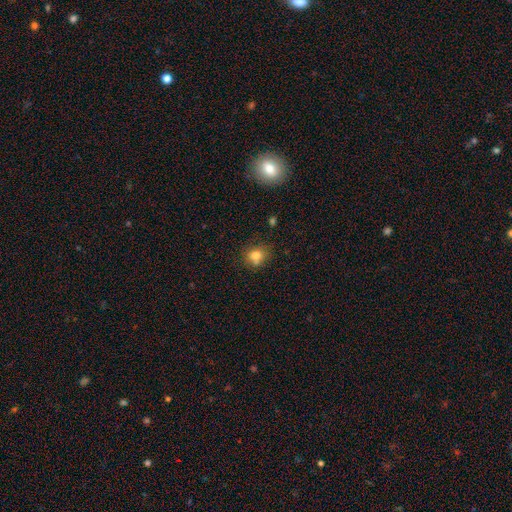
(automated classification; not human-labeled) Morphology: type=smooth (79%); roundness=round (69%); merging=none (66%).